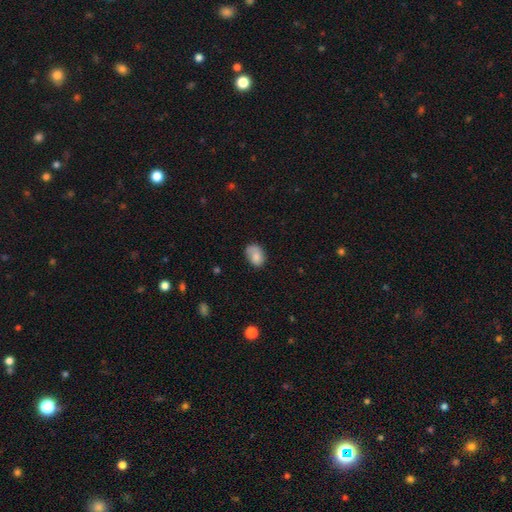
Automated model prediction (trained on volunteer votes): Smooth or featured? smooth (80%)
How rounded? in between (78%)
Merging? none (60%)